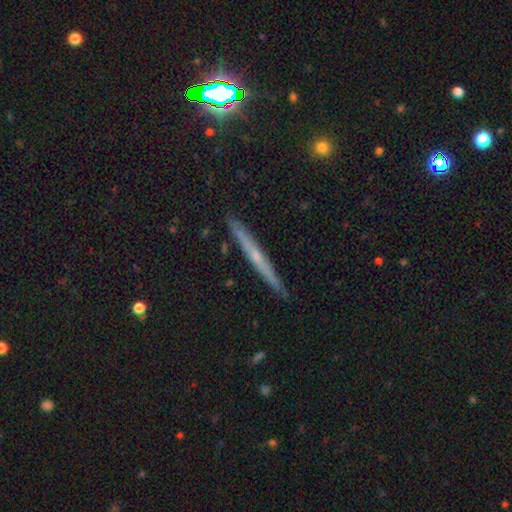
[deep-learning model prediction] Smooth or featured?
  - featured or disk: 65% *
  - smooth: 25%
  - star or artifact: 11%
Edge-on disk?
  - yes: 97% *
  - no: 3%
Edge-on bulge?
  - rounded: 49% *
  - none: 46%
  - boxy: 4%
Merging?
  - none: 90% *
  - minor disturbance: 7%
  - major disturbance: 1%
  - merger: 1%